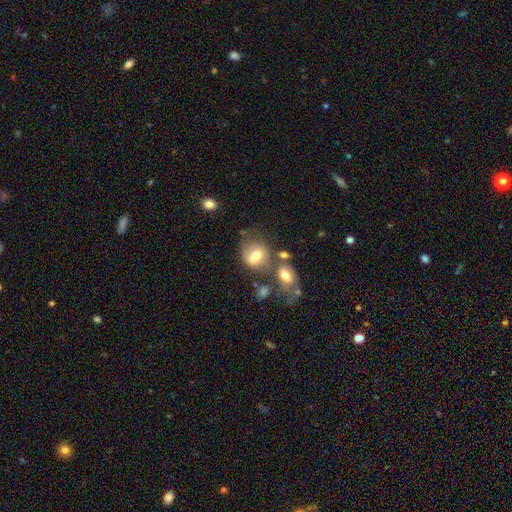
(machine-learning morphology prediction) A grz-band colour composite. It shows a smooth galaxy with no disk features (65%) that is round (50%). Merging: none (45%).